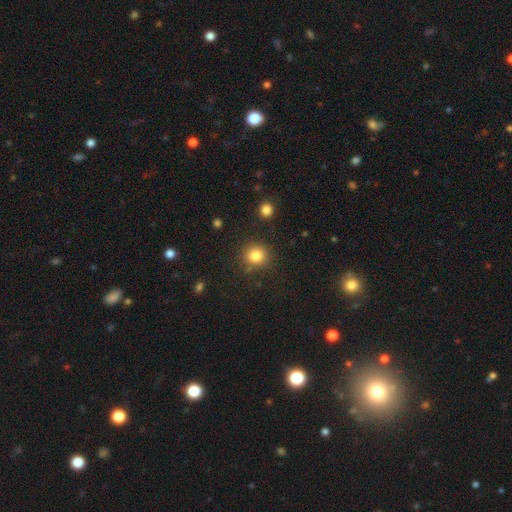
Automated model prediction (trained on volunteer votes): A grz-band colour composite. It shows a smooth galaxy with no disk features (83%) that is round (89%). Merging: none (83%).